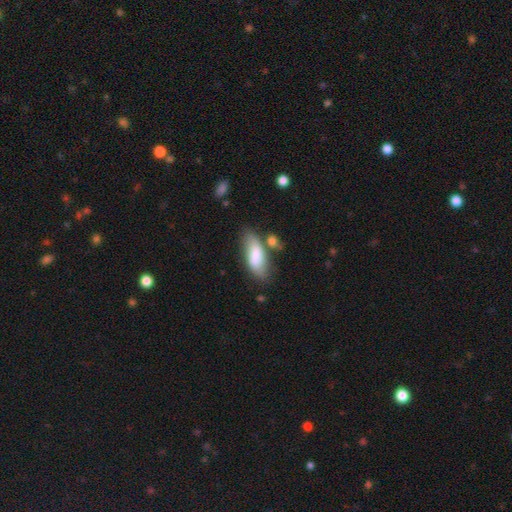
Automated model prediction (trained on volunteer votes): The model was most divided on "merging": none: 60%, minor disturbance: 21%, merger: 13%, major disturbance: 6%. More confident: smooth or featured — smooth (77%); how rounded — in between (71%).